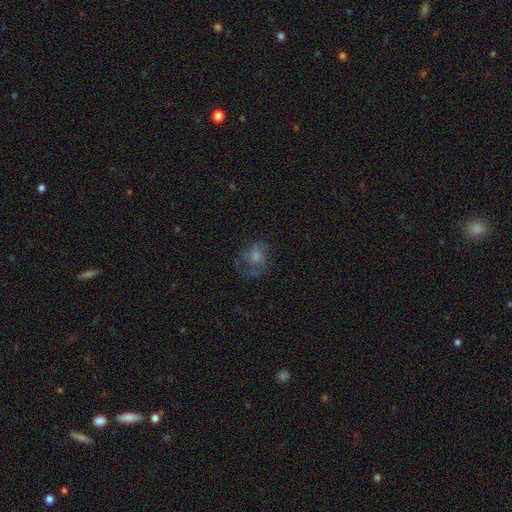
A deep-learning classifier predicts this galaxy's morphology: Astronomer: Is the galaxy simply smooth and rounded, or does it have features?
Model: featured or disk — 42% (runner-up: smooth, 40%).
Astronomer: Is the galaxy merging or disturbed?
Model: none — 55%.